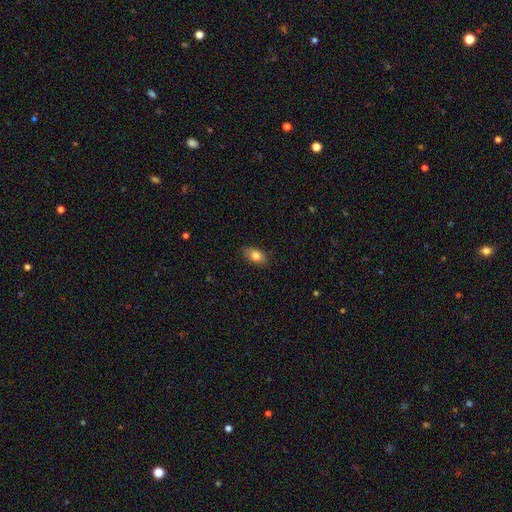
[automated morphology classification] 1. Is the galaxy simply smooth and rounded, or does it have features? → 82% smooth, 10% featured or disk, 8% star or artifact.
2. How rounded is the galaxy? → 87% in between, 9% round, 4% cigar-shaped.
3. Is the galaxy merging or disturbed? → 85% none, 12% minor disturbance, 2% major disturbance, 1% merger.